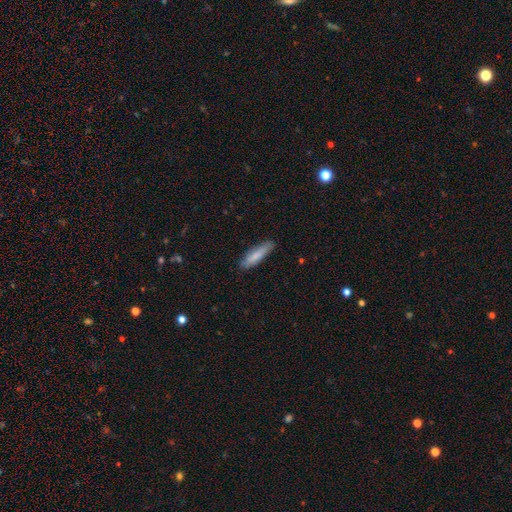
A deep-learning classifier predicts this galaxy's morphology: smooth_or_featured: smooth (p=0.79) [alt: featured or disk p=0.16]
how_rounded: cigar-shaped (p=0.71) [alt: in between p=0.28]
merging: none (p=0.81) [alt: minor disturbance p=0.15]